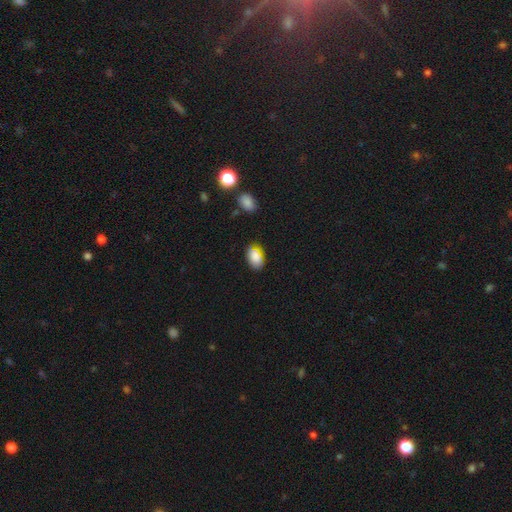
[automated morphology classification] Overall: smooth (83%). How rounded: in between (89%). Merging: none (76%).